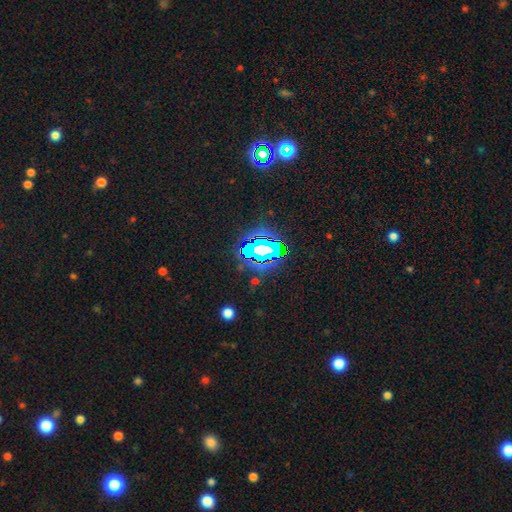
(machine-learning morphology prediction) type=star or artifact (65%).